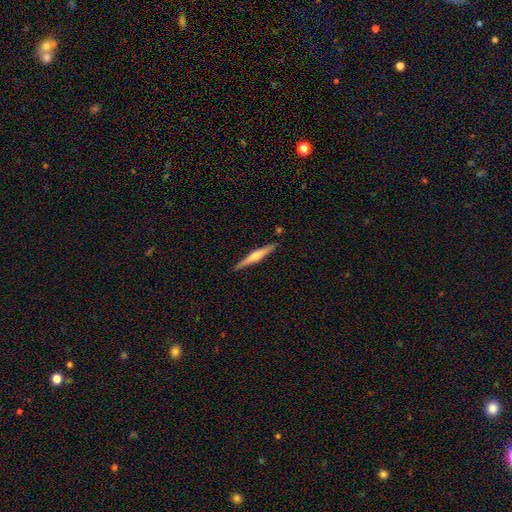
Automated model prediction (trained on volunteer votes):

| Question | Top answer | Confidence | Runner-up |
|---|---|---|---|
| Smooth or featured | featured or disk | 66% | smooth (29%) |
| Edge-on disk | yes | 98% | no (2%) |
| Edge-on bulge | rounded | 85% | none (10%) |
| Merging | none | 90% | minor disturbance (7%) |